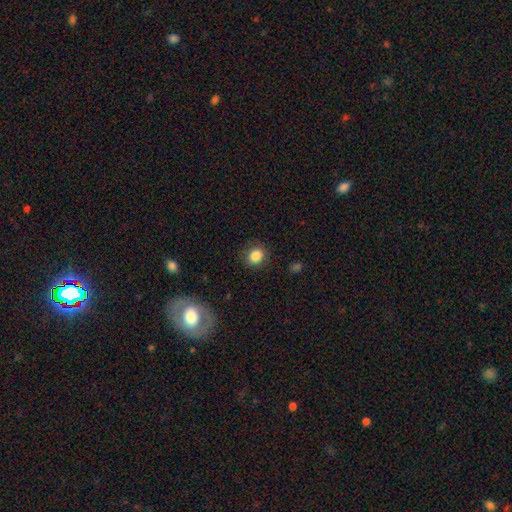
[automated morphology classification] Q: Smooth or featured?
A: smooth (85%); runner-up: star or artifact (10%)
Q: How rounded?
A: round (76%); runner-up: in between (23%)
Q: Merging?
A: none (85%); runner-up: minor disturbance (10%)